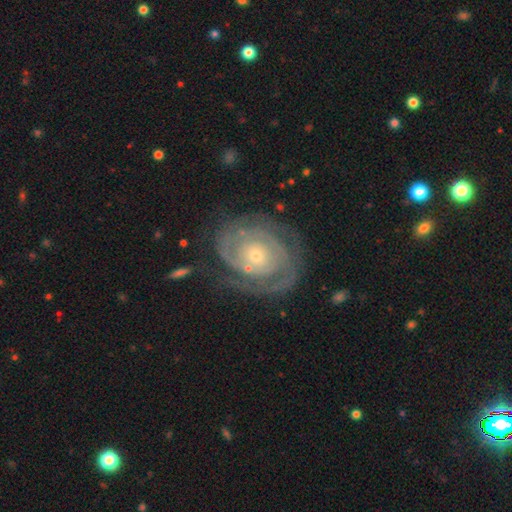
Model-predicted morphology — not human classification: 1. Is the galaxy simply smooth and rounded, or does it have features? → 87% featured or disk, 8% smooth, 5% star or artifact.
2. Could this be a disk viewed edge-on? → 97% no, 3% yes.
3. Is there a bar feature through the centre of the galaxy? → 77% no, 18% weak, 5% strong.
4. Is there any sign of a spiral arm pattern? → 93% yes, 7% no.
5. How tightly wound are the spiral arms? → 78% tight, 18% medium, 5% loose.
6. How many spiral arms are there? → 43% 2, 27% can't tell, 14% 3, 6% 1, 6% 4, 4% more than 4.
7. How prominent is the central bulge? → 65% small, 31% moderate, 2% large, 1% none, 1% dominant.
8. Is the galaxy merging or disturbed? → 72% none, 16% minor disturbance, 9% major disturbance, 3% merger.